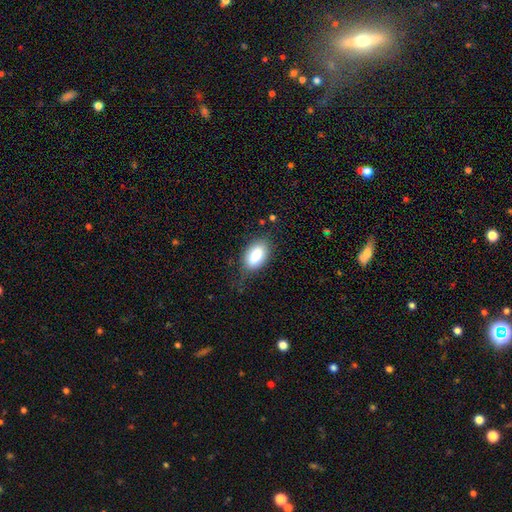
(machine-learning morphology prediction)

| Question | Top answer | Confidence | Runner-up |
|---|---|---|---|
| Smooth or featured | smooth | 85% | featured or disk (8%) |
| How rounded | in between | 93% | round (4%) |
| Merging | none | 69% | minor disturbance (22%) |